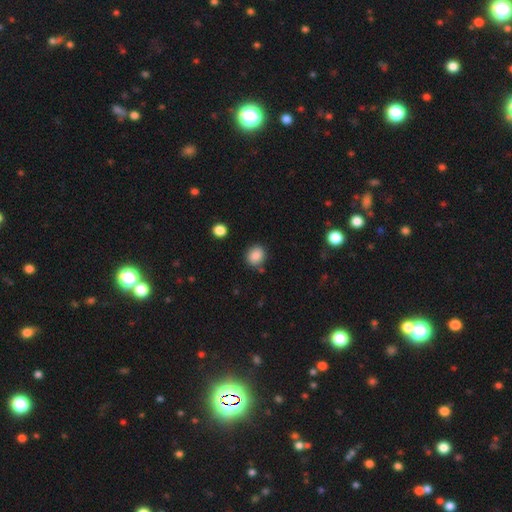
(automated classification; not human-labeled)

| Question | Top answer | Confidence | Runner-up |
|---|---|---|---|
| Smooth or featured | smooth | 87% | star or artifact (9%) |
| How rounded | round | 71% | in between (28%) |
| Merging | none | 81% | minor disturbance (12%) |